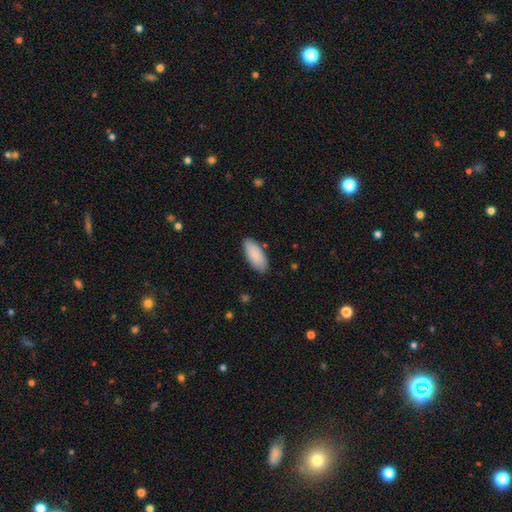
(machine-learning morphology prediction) Overall: smooth (87%). How rounded: in between (88%). Merging: none (85%).